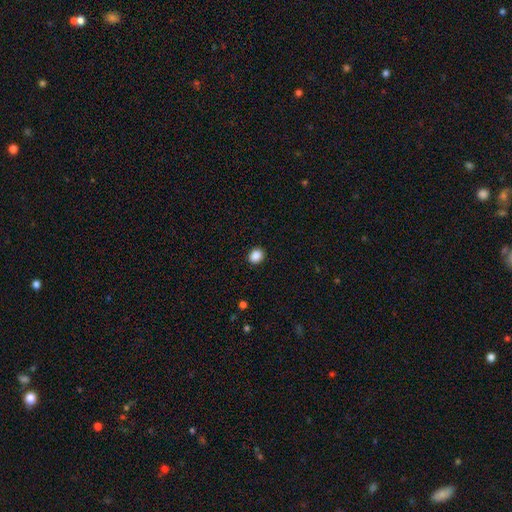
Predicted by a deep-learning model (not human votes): The model was most divided on "how rounded": round: 64%, in between: 35%, cigar-shaped: 1%. More confident: merging — none (92%); smooth or featured — smooth (88%).